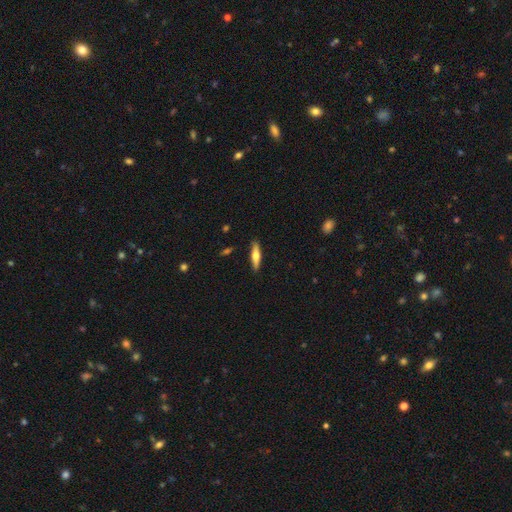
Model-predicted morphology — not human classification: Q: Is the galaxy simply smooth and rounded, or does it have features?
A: smooth — 54%.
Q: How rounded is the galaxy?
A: cigar-shaped — 76%.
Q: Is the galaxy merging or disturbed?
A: none — 88%.